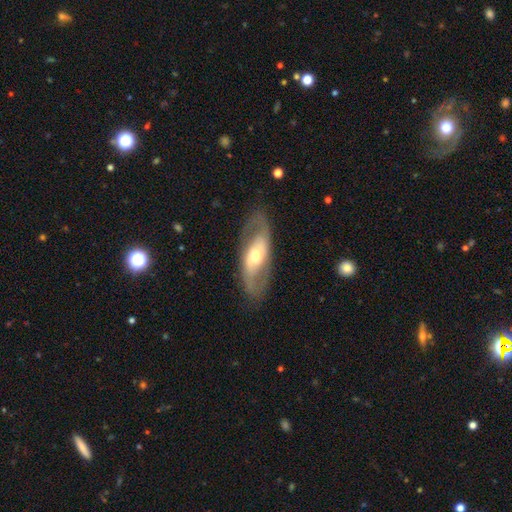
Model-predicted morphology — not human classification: smooth_or_featured: featured or disk (p=0.71) [alt: smooth p=0.24]
disk_edge_on: no (p=0.87) [alt: yes p=0.13]
bar: no (p=0.49) [alt: weak p=0.30]
has_spiral_arms: yes (p=0.66) [alt: no p=0.34]
bulge_size: moderate (p=0.65) [alt: small p=0.23]
merging: none (p=0.80) [alt: minor disturbance p=0.13]